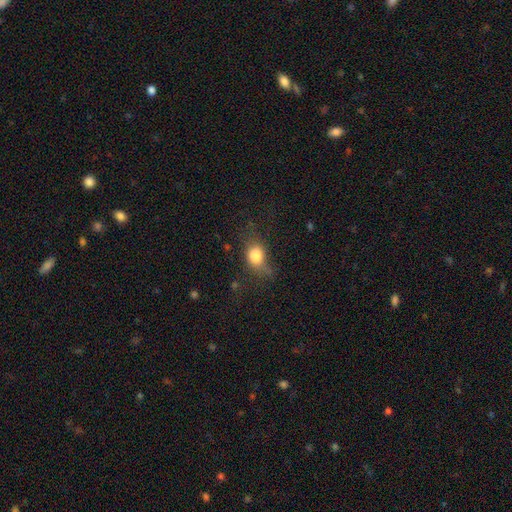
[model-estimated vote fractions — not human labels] The model was most divided on "how rounded": in between: 53%, round: 45%, cigar-shaped: 2%. Remaining: smooth or featured — smooth (79%); merging — none (46%).